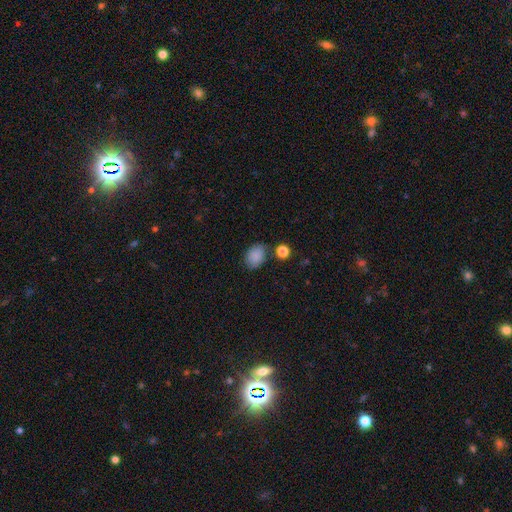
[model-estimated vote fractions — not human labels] Smooth or featured? Predicted: smooth (p=0.87). How rounded? Predicted: in between (p=0.72). Merging? Predicted: none (p=0.76).